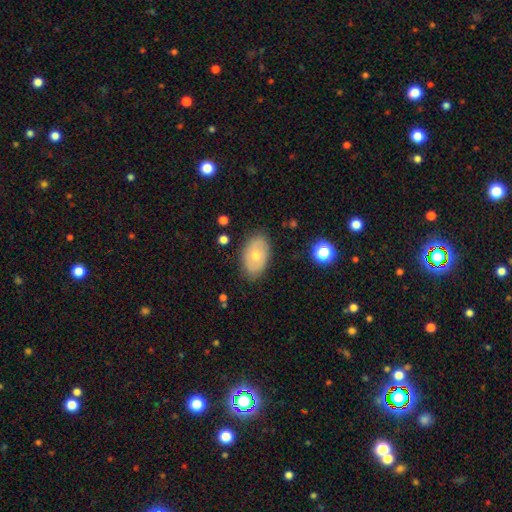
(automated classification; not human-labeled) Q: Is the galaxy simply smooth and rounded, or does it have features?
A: smooth — 56%.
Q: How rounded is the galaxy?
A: in between — 88%.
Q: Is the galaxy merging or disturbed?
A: none — 82%.